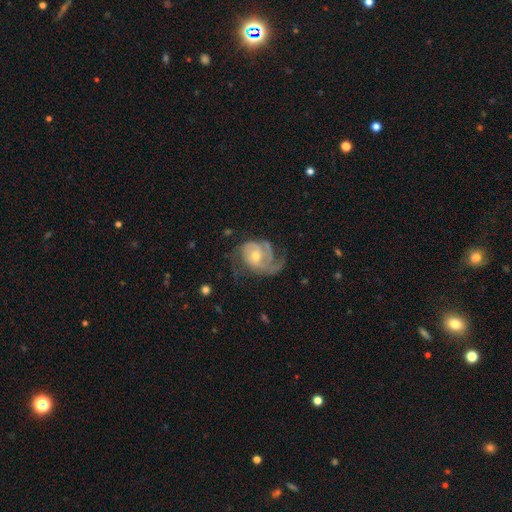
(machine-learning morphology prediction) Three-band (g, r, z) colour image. It shows a featured or disk galaxy (82%) with no bar (64%), 2 (37%) medium (43%) spiral arms (93%) and a moderate central bulge (54%). Merging: none (45%).